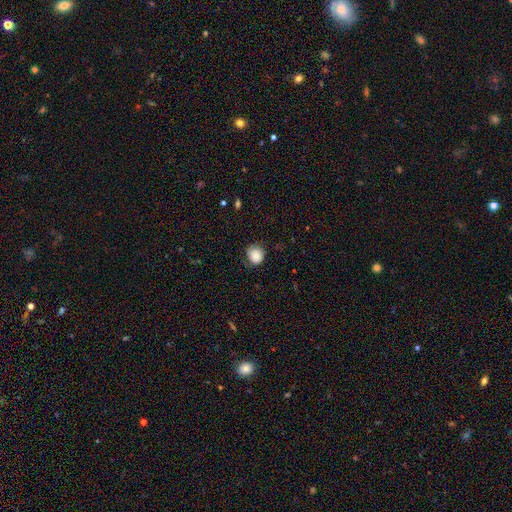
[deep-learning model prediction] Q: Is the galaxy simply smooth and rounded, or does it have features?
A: smooth — 81%.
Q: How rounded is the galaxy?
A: round — 81%.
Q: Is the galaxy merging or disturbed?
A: none — 72%.